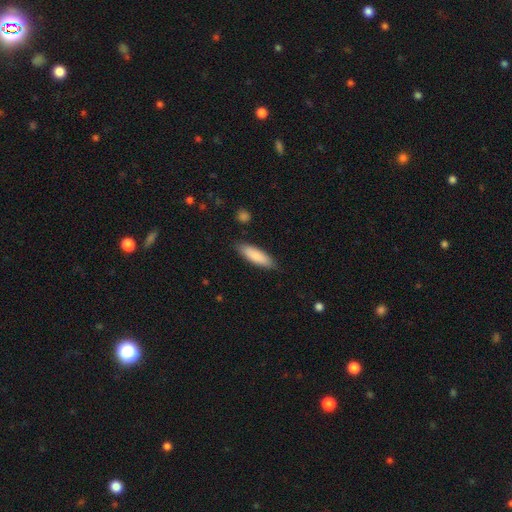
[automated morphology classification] This appears to be a smooth galaxy with no disk features (84%) that is cigar-shaped (50%). Merging: none (85%).